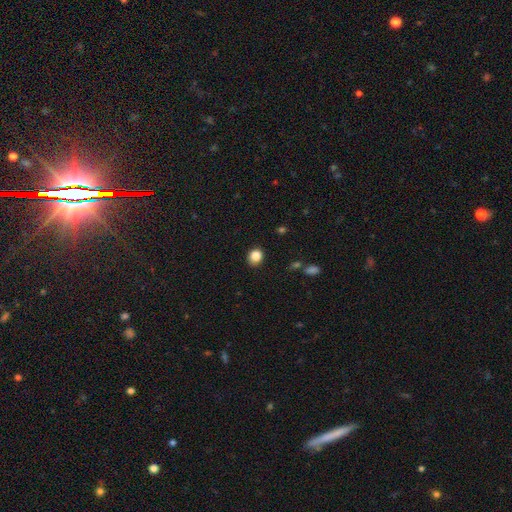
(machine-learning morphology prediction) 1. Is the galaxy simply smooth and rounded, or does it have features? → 86% smooth, 11% star or artifact, 3% featured or disk.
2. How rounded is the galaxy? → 70% round, 29% in between, 1% cigar-shaped.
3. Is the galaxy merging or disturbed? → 83% none, 13% minor disturbance, 3% major disturbance, 2% merger.